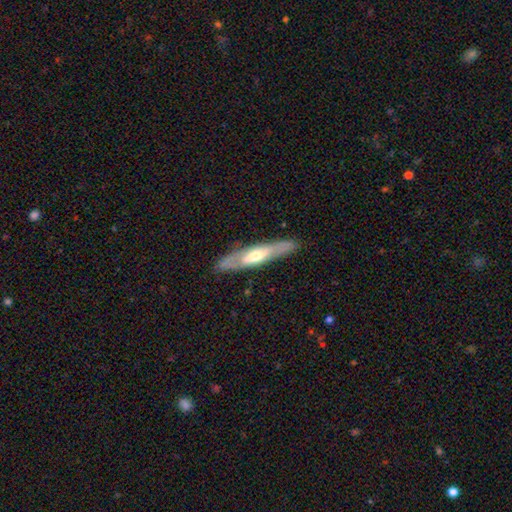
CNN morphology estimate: Smooth or featured?
  - featured or disk: 60% *
  - smooth: 34%
  - star or artifact: 5%
Edge-on disk?
  - yes: 63% *
  - no: 37%
Merging?
  - none: 85% *
  - minor disturbance: 11%
  - major disturbance: 3%
  - merger: 1%